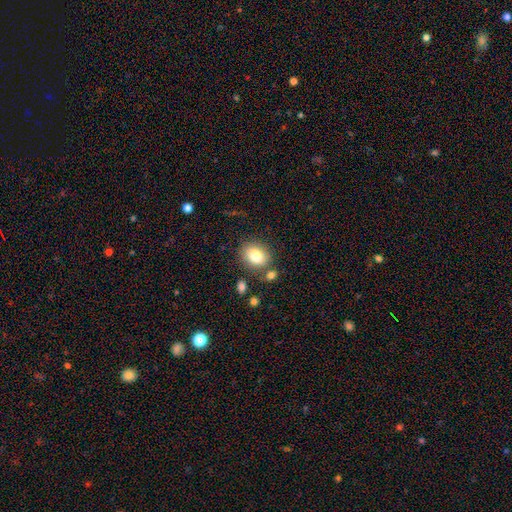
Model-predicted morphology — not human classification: This appears to be a smooth galaxy with no disk features (82%) that is in between round and cigar-shaped (59%). Merging: none (76%).